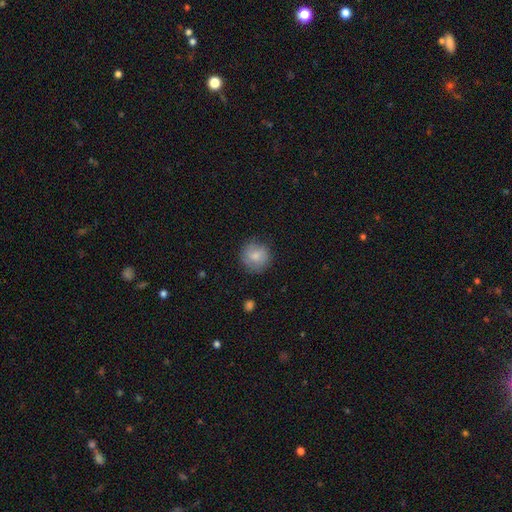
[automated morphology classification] Smooth or featured? smooth (79%)
How rounded? round (91%)
Merging? none (80%)